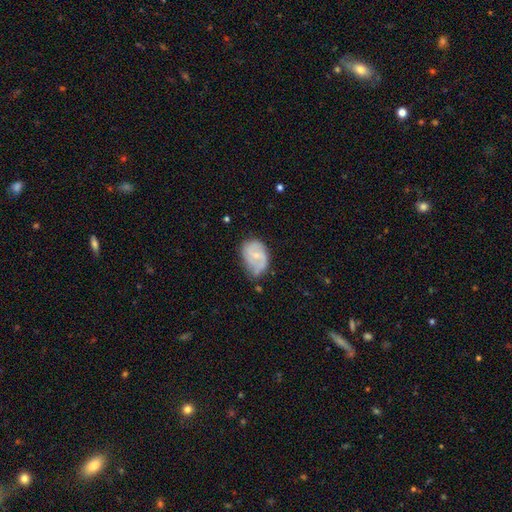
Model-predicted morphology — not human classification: Q: Smooth or featured?
A: featured or disk (56%); runner-up: smooth (37%)
Q: Edge-on disk?
A: no (97%); runner-up: yes (3%)
Q: Bar?
A: no (54%); runner-up: weak (39%)
Q: Spiral arms?
A: yes (76%); runner-up: no (24%)
Q: Bulge size?
A: small (67%); runner-up: moderate (26%)
Q: Merging?
A: none (41%); runner-up: minor disturbance (40%)